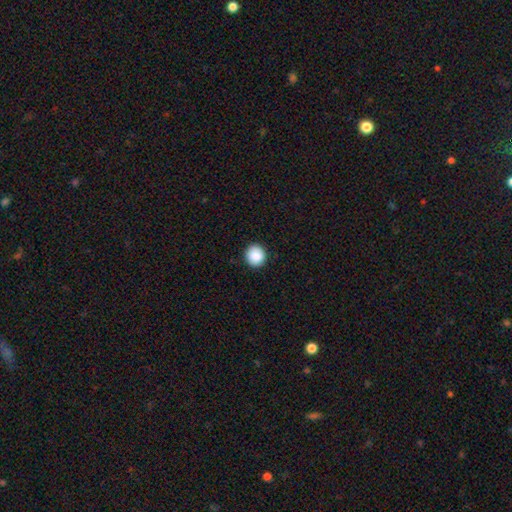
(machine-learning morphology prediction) A smooth galaxy with no disk features (88%) that is round (92%). Merging: none (92%).